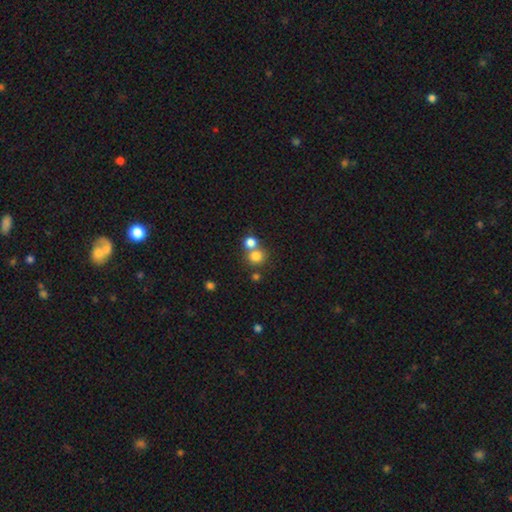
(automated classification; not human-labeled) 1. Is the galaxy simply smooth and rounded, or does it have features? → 79% smooth, 13% star or artifact, 8% featured or disk.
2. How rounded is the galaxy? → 86% round, 14% in between, 1% cigar-shaped.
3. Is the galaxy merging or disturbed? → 51% none, 40% merger, 6% minor disturbance, 3% major disturbance.